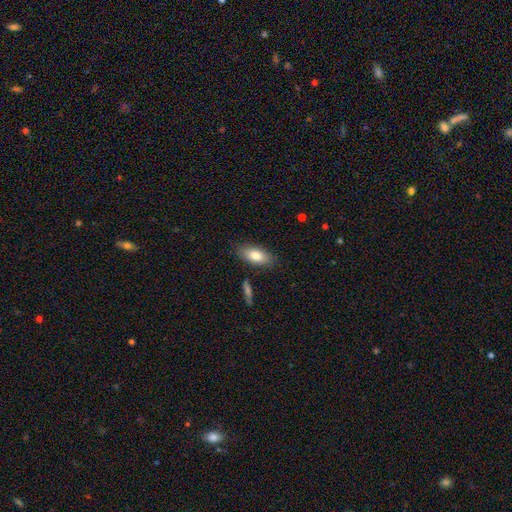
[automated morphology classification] smooth-or-featured: smooth: 80% | featured or disk: 14% | star or artifact: 7%
  how-rounded: in between: 87% | cigar-shaped: 10% | round: 3%
  merging: none: 83% | minor disturbance: 11% | major disturbance: 3% | merger: 3%